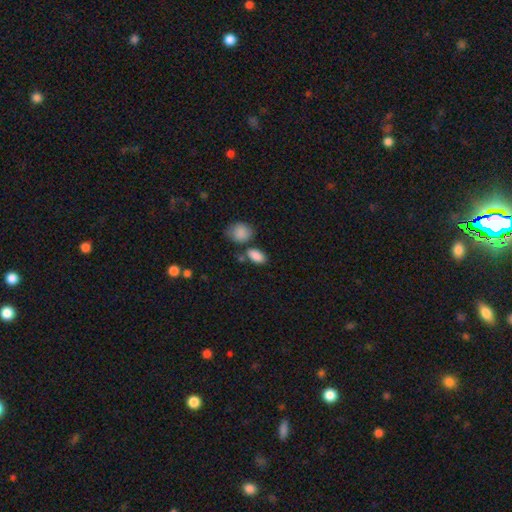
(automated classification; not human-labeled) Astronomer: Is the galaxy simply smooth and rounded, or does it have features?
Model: smooth — 87%.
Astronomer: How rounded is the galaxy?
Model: in between — 89%.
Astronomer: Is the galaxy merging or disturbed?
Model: none — 62%.